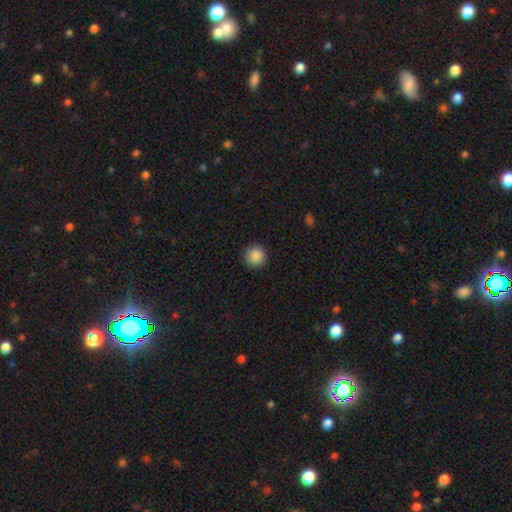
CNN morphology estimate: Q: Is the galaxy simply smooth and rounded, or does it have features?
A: smooth — 88%.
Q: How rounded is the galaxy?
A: round — 95%.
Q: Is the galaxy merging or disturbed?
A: none — 91%.